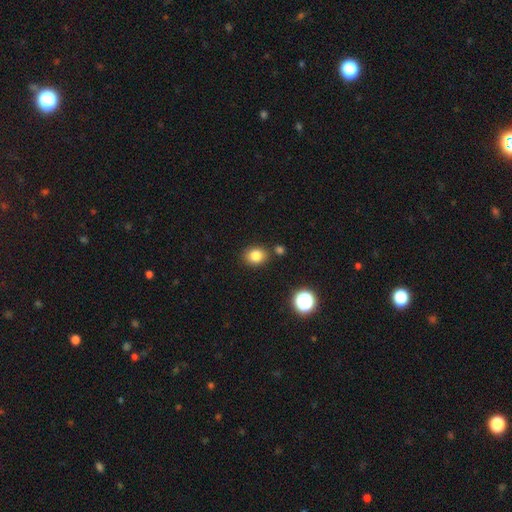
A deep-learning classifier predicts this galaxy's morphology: smooth-or-featured: smooth: 82% | star or artifact: 12% | featured or disk: 6%
  how-rounded: round: 55% | in between: 44% | cigar-shaped: 1%
  merging: none: 80% | minor disturbance: 11% | merger: 7% | major disturbance: 3%